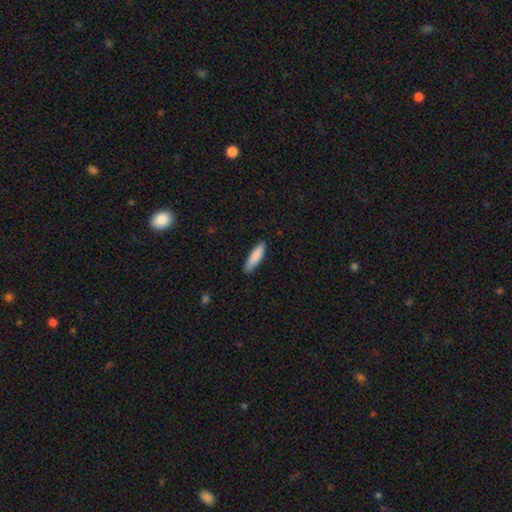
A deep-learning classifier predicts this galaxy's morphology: smooth-or-featured: smooth: 85% | featured or disk: 10% | star or artifact: 5%
  how-rounded: cigar-shaped: 69% | in between: 29% | round: 1%
  merging: none: 85% | minor disturbance: 12% | major disturbance: 2% | merger: 1%